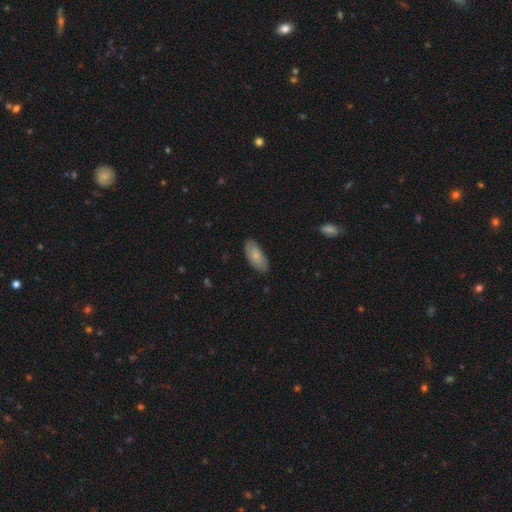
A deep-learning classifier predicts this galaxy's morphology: type=smooth (76%); roundness=in between (90%); merging=none (83%).